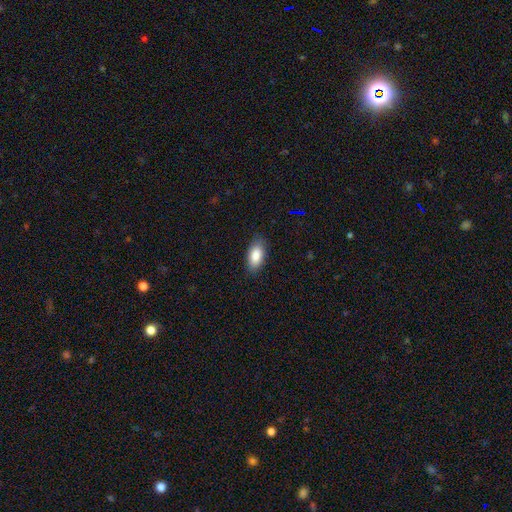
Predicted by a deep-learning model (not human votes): smooth_or_featured: smooth (p=0.86) [alt: featured or disk p=0.07]
how_rounded: in between (p=0.91) [alt: cigar-shaped p=0.07]
merging: none (p=0.85) [alt: minor disturbance p=0.12]